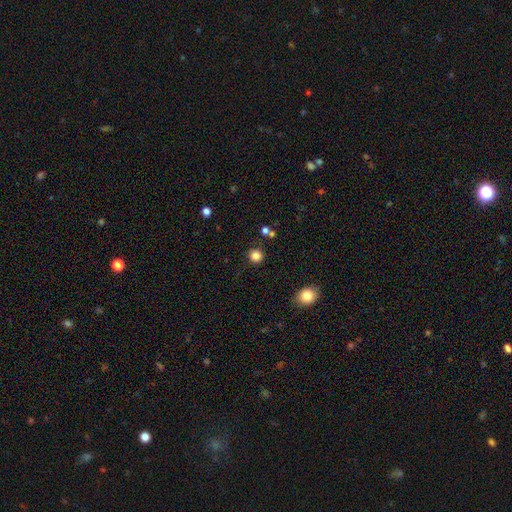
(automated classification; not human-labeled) Smooth or featured? smooth (84%)
How rounded? round (93%)
Merging? none (88%)